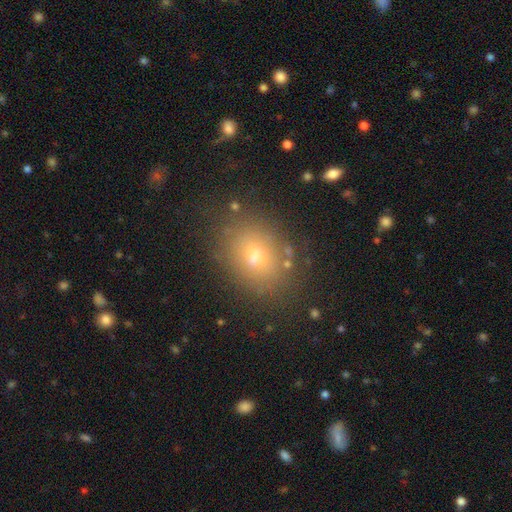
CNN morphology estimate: The model was most divided on "how rounded": in between: 59%, round: 40%, cigar-shaped: 1%. More confident: merging — none (79%); smooth or featured — smooth (71%).